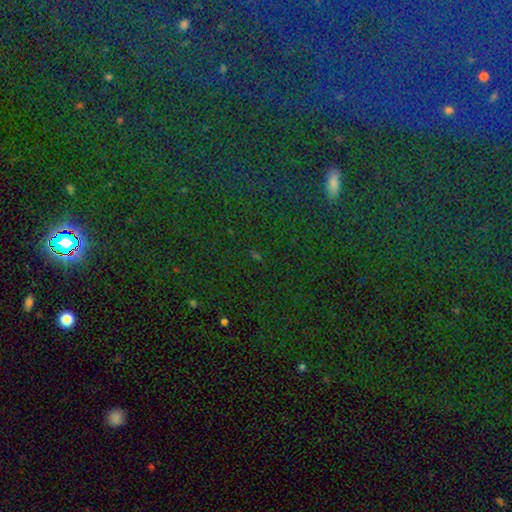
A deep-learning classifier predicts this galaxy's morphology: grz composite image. It shows a star or artifact, not a galaxy (73%).